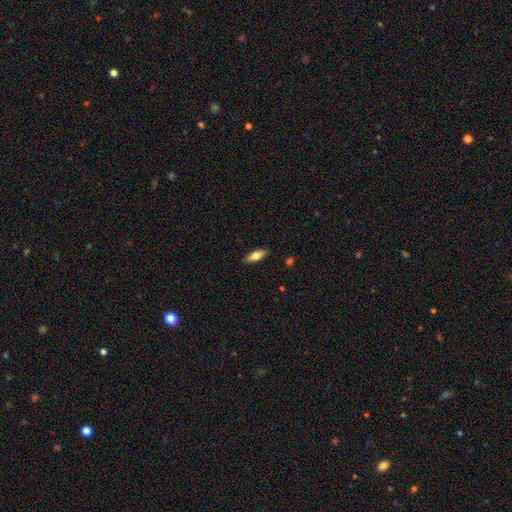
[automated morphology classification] Smooth or featured? Predicted: smooth (p=0.69). How rounded? Predicted: in between (p=0.68). Merging? Predicted: none (p=0.88).